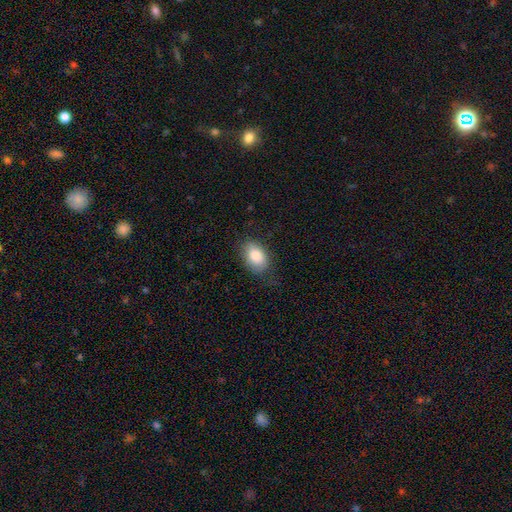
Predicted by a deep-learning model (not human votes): This appears to be a smooth galaxy with no disk features (84%) that is in between round and cigar-shaped (86%). Merging: none (74%).